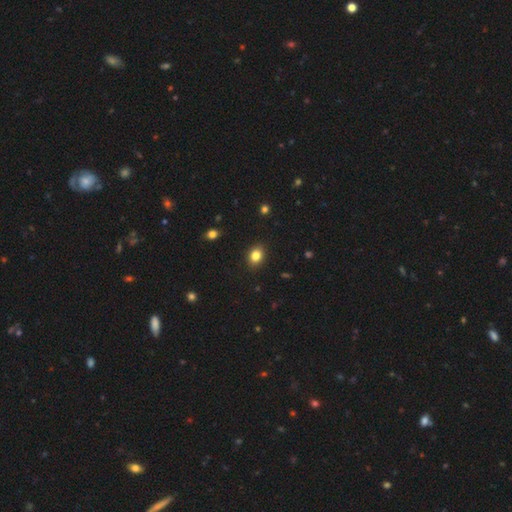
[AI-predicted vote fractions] smooth 83%, star or artifact 11%, featured or disk 6%. Down the decision tree: how rounded — in between (55%); merging — none (89%).